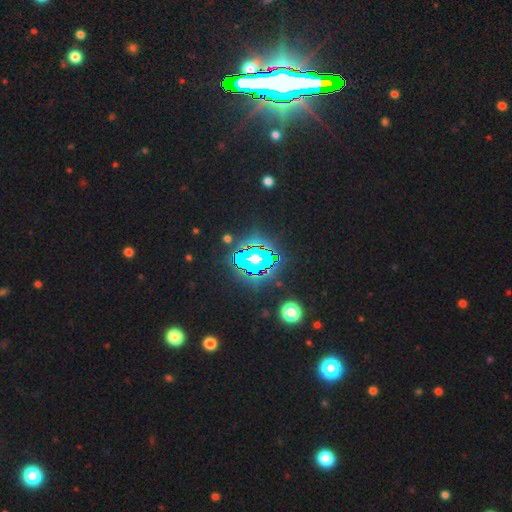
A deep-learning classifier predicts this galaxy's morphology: Q: Smooth or featured?
A: star or artifact (78%); runner-up: smooth (12%)